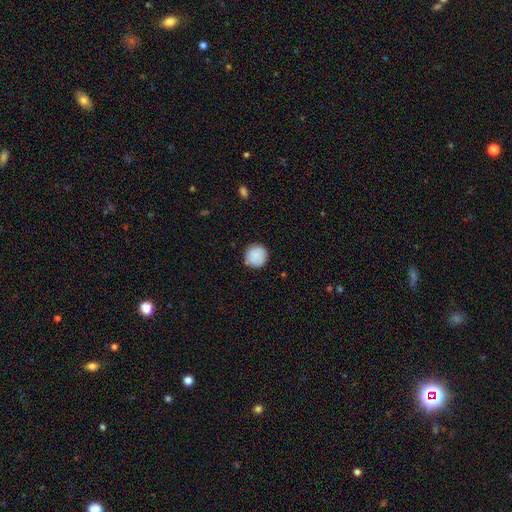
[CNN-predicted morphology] Smooth or featured: smooth — 87% (star or artifact — 7%)
How rounded: round — 93% (in between — 6%)
Merging: none — 87% (minor disturbance — 10%)